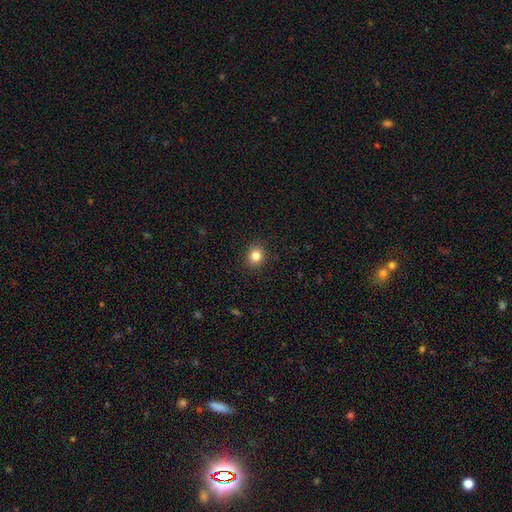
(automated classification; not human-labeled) This is clearly a smooth galaxy (83%). How rounded: likely round (78%). Merging: clearly none (91%).